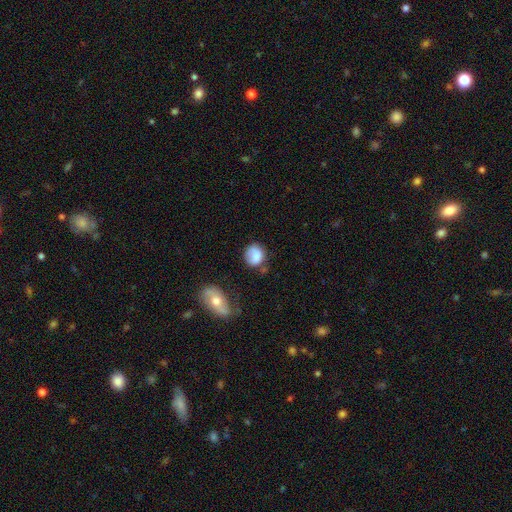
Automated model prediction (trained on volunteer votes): Morphology: type=smooth (78%); roundness=round (63%); merging=none (52%).